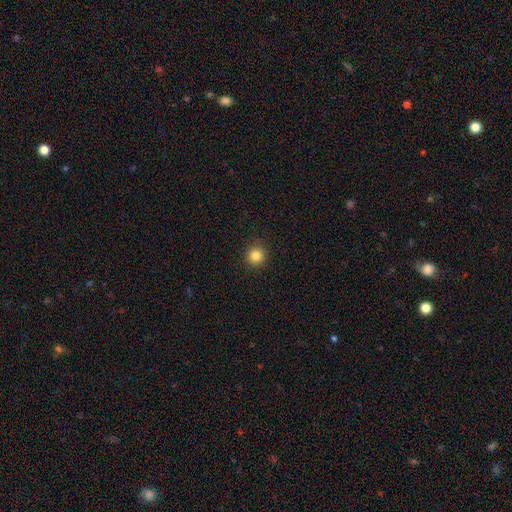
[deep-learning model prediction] A smooth galaxy with no disk features (83%) that is round (94%).

Vote fractions:
- Smooth or featured? smooth: 83% / star or artifact: 12% / featured or disk: 5%
- How rounded? round: 94% / in between: 6% / cigar-shaped: 1%
- Merging? none: 92% / minor disturbance: 6% / major disturbance: 2% / merger: 1%